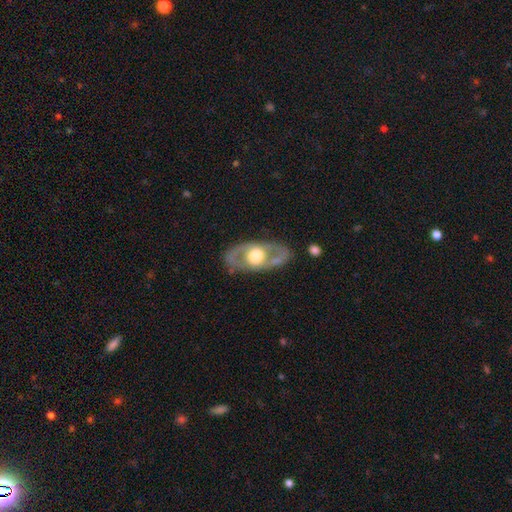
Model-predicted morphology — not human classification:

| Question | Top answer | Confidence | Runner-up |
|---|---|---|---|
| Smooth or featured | featured or disk | 66% | smooth (30%) |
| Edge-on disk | no | 85% | yes (15%) |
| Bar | no | 81% | weak (14%) |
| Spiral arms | no | 71% | yes (29%) |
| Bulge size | moderate | 49% | large (44%) |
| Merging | none | 79% | minor disturbance (13%) |